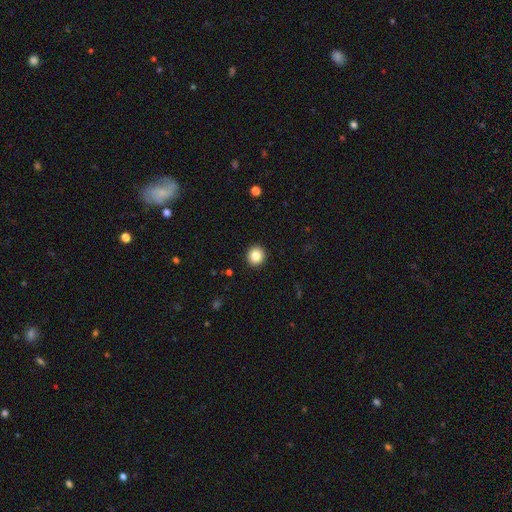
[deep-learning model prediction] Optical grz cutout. It shows a smooth galaxy with no disk features (85%) that is round (92%). Merging: none (93%).